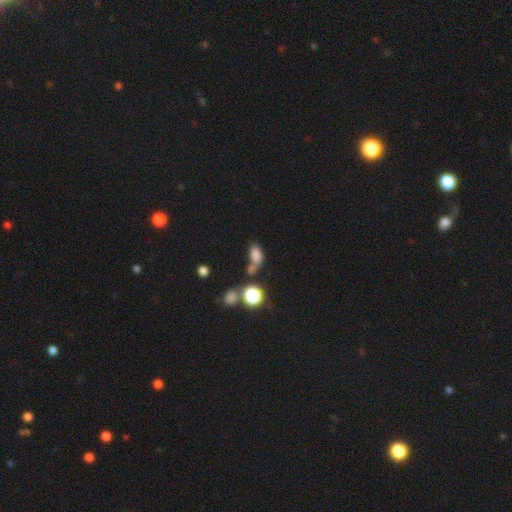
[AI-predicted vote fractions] Overall: smooth (75%). How rounded: in between (83%). Merging: none (38%; merger 36%).